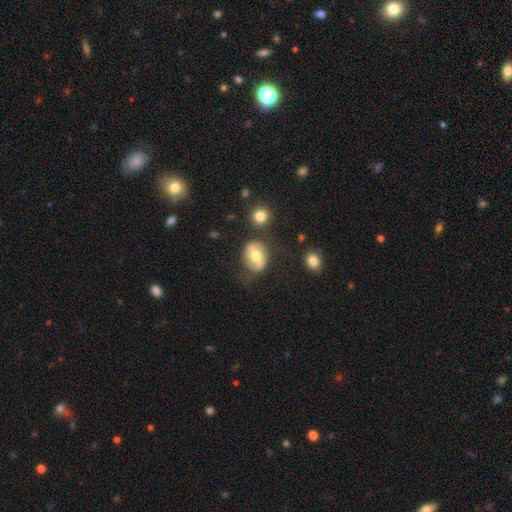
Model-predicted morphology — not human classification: Q: Smooth or featured?
A: featured or disk (48%); runner-up: smooth (46%)
Q: Merging?
A: none (68%); runner-up: minor disturbance (19%)